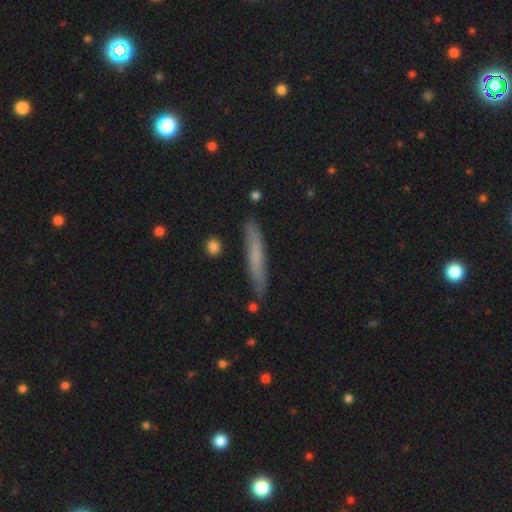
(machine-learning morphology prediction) smooth_or_featured: smooth (p=0.60) [alt: featured or disk p=0.33]
how_rounded: cigar-shaped (p=0.94) [alt: in between p=0.04]
merging: none (p=0.85) [alt: minor disturbance p=0.11]